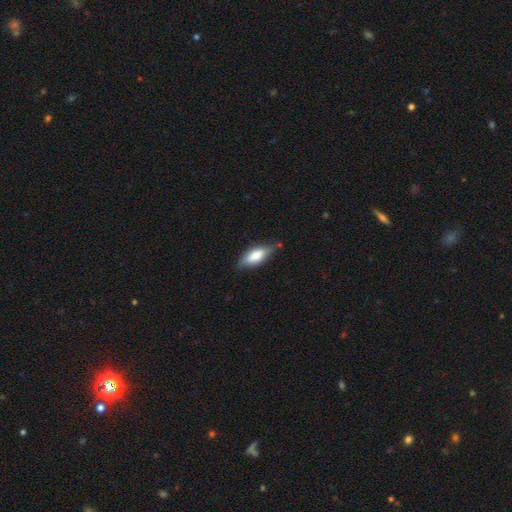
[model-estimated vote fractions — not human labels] smooth 64%, featured or disk 29%, star or artifact 7%. Down the decision tree: how rounded — in between (74%); merging — none (71%).